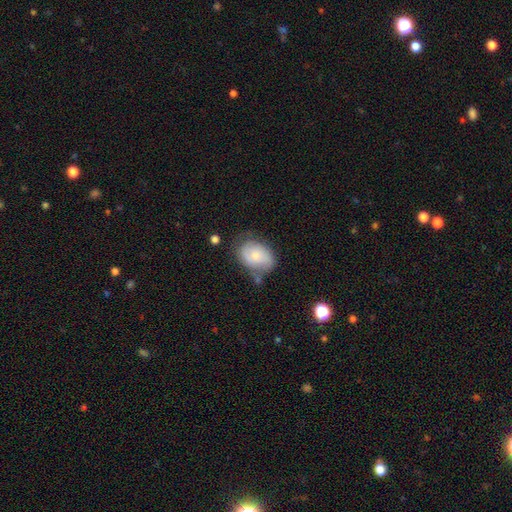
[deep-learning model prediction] smooth-or-featured: smooth: 57% | featured or disk: 36% | star or artifact: 7%
  how-rounded: in between: 74% | round: 25% | cigar-shaped: 1%
  merging: none: 51% | minor disturbance: 31% | major disturbance: 12% | merger: 6%